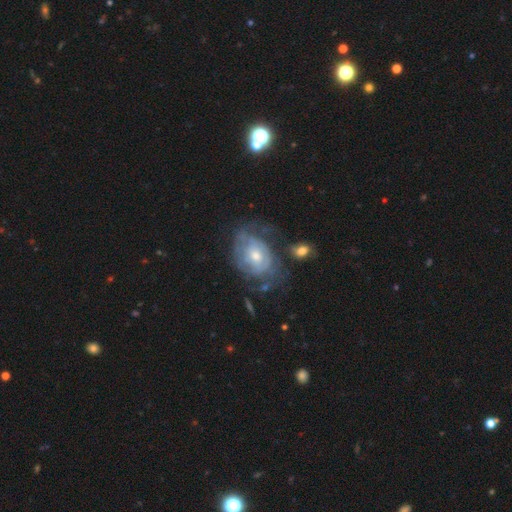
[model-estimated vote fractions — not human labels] Smooth or featured?
  - featured or disk: 73% *
  - smooth: 19%
  - star or artifact: 8%
Edge-on disk?
  - no: 96% *
  - yes: 4%
Bar?
  - no: 70% *
  - weak: 25%
  - strong: 5%
Spiral arms?
  - yes: 76% *
  - no: 24%
Spiral winding?
  - tight: 62% *
  - medium: 27%
  - loose: 11%
Spiral arm count?
  - can't tell: 59% *
  - 2: 19%
  - 3: 9%
  - 1: 5%
  - 4: 5%
  - more than 4: 3%
Bulge size?
  - moderate: 53% *
  - small: 41%
  - large: 4%
  - none: 2%
  - dominant: 1%
Merging?
  - none: 51% *
  - minor disturbance: 24%
  - major disturbance: 19%
  - merger: 6%